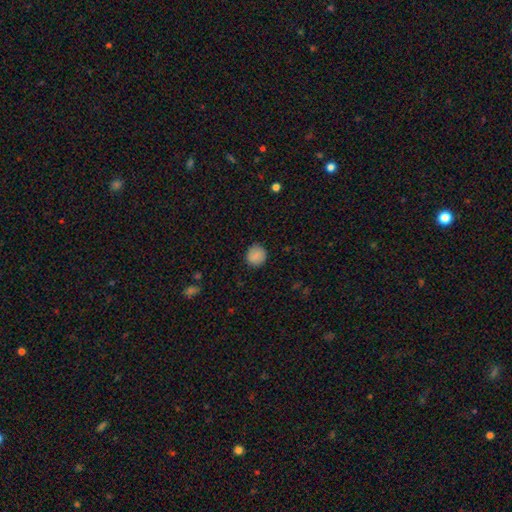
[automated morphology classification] A smooth galaxy with no disk features (87%) that is round (89%). Merging: none (88%).